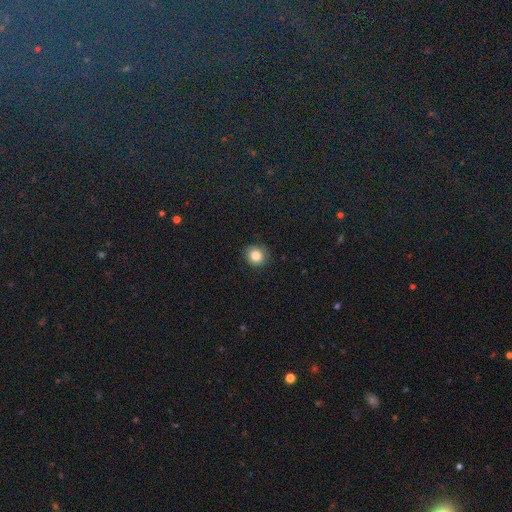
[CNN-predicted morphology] smooth_or_featured: smooth (p=0.83) [alt: star or artifact p=0.10]
how_rounded: round (p=0.83) [alt: in between p=0.16]
merging: none (p=0.85) [alt: minor disturbance p=0.11]